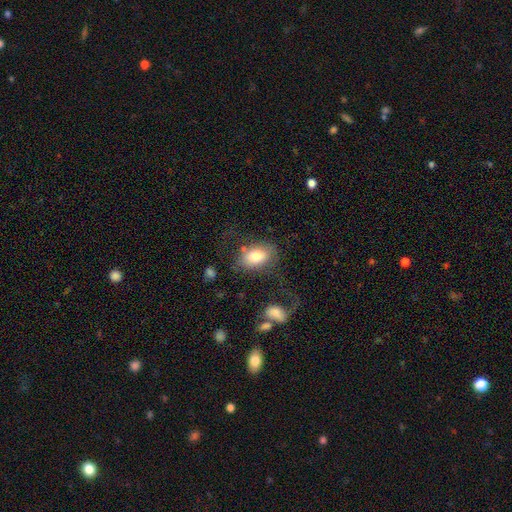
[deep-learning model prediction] Smooth or featured: smooth — 74% (featured or disk — 19%)
How rounded: in between — 85% (round — 14%)
Merging: none — 56% (major disturbance — 19%)